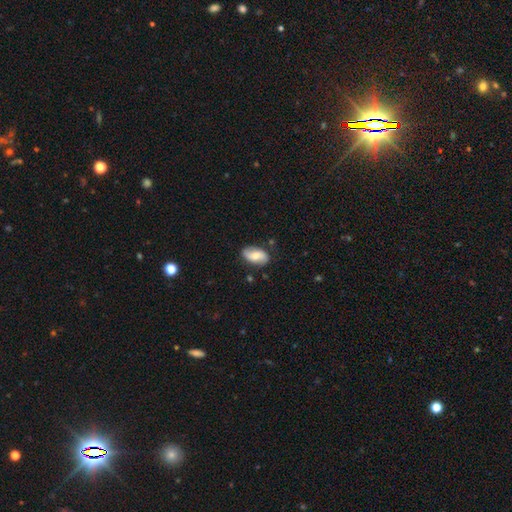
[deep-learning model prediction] A smooth galaxy with no disk features (46%, tied with featured or disk).

Vote fractions:
- Smooth or featured? smooth: 46% (tied) / featured or disk: 46% (tied) / star or artifact: 8%
- Merging? none: 76% / minor disturbance: 18% / major disturbance: 4% / merger: 2%